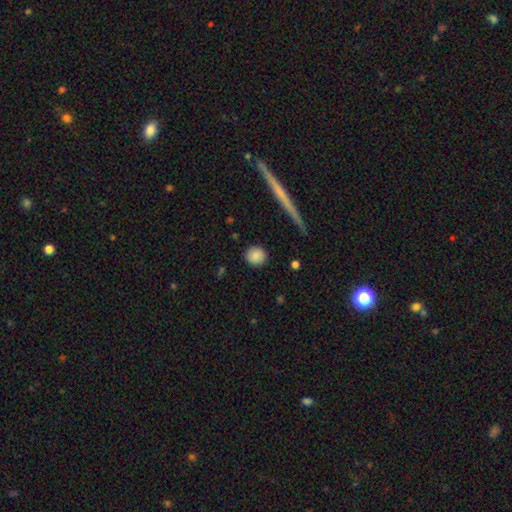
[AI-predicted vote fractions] smooth-or-featured: smooth: 86% | star or artifact: 8% | featured or disk: 6%
  how-rounded: round: 87% | in between: 11% | cigar-shaped: 2%
  merging: none: 88% | minor disturbance: 8% | major disturbance: 2% | merger: 1%